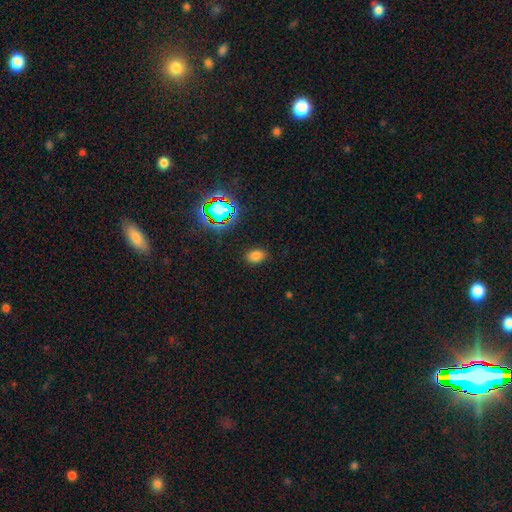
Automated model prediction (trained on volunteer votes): This is likely a smooth galaxy (74%). How rounded: likely in between (80%). Merging: clearly none (85%).